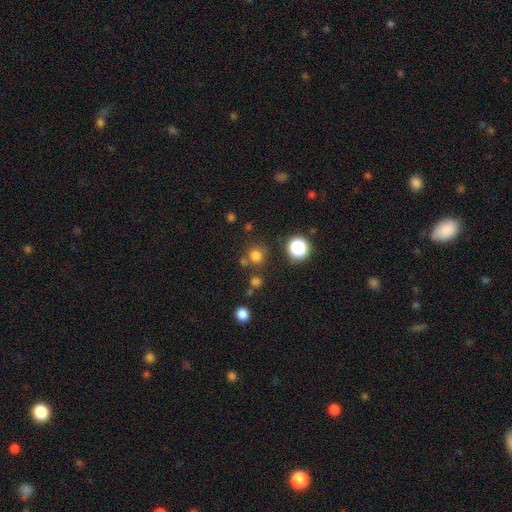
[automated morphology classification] A smooth galaxy with no disk features (76%) that is round (91%).

Vote fractions:
- Smooth or featured? smooth: 76% / star or artifact: 19% / featured or disk: 5%
- How rounded? round: 91% / in between: 8% / cigar-shaped: 1%
- Merging? none: 76% / merger: 11% / minor disturbance: 9% / major disturbance: 4%